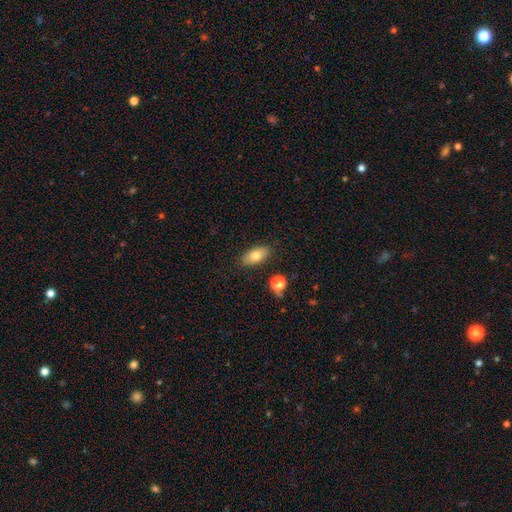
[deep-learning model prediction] smooth 75%, featured or disk 17%, star or artifact 8%. Down the decision tree: how rounded — in between (88%); merging — none (84%).